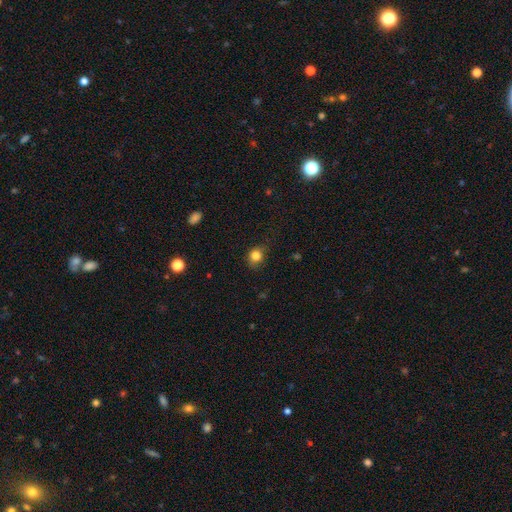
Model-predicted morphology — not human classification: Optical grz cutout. It shows a smooth galaxy with no disk features (82%) that is round (72%). Merging: none (73%).